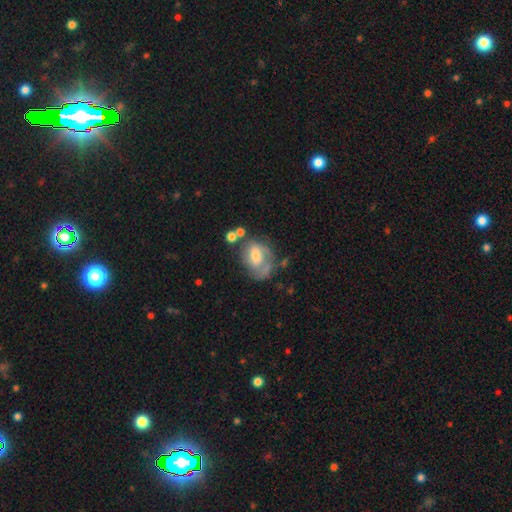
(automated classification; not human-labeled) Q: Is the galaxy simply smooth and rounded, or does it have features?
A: featured or disk — 62%.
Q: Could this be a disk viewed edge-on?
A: no — 97%.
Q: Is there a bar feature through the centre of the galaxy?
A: no — 52%.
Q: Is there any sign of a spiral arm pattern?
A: yes — 74%.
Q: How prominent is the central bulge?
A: moderate — 54%.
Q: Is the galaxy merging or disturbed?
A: none — 44%.